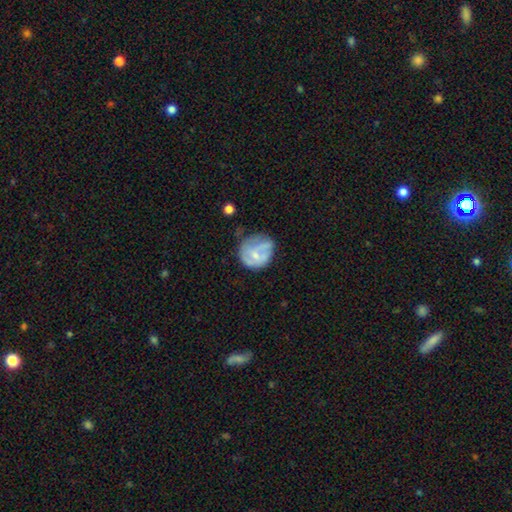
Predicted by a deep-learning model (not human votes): Smooth or featured?
  - featured or disk: 51% *
  - smooth: 42%
  - star or artifact: 8%
Edge-on disk?
  - no: 98% *
  - yes: 2%
Merging?
  - none: 42% *
  - minor disturbance: 30%
  - major disturbance: 23%
  - merger: 4%